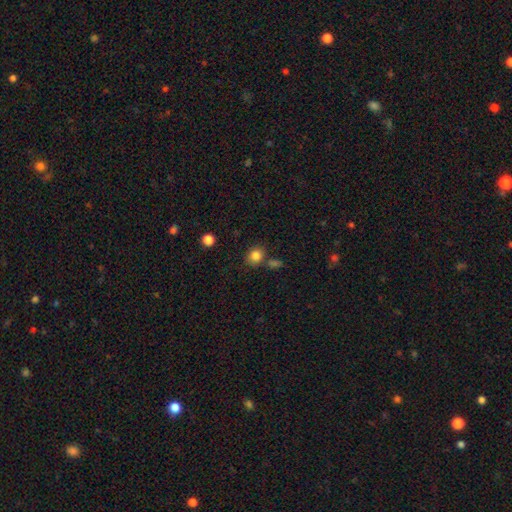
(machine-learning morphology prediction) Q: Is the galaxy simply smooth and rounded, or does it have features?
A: smooth — 83%.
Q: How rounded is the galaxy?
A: round — 68%.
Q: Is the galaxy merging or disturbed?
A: none — 73%.